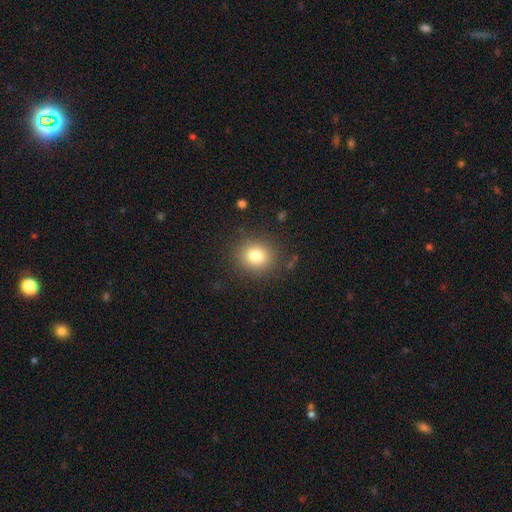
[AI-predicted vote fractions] smooth-or-featured: smooth: 79% | star or artifact: 12% | featured or disk: 9%
  how-rounded: round: 80% | in between: 20% | cigar-shaped: 1%
  merging: none: 87% | minor disturbance: 8% | major disturbance: 3% | merger: 1%